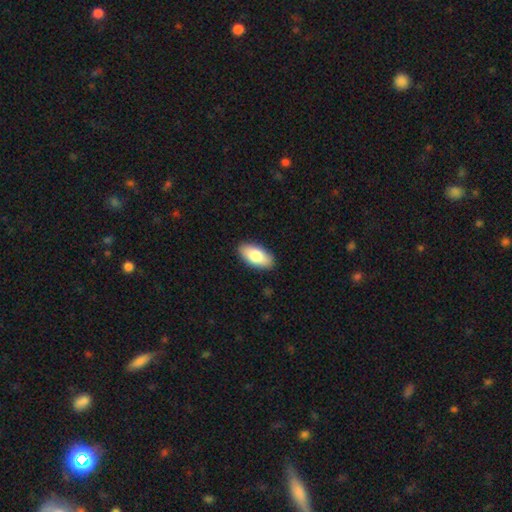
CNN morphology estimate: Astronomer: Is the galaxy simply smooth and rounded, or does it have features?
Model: smooth — 80%.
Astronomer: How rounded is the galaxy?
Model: in between — 92%.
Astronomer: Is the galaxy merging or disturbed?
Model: none — 89%.